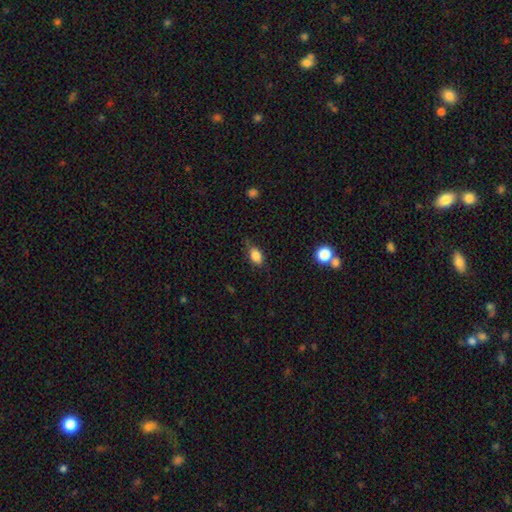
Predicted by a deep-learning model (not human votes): A smooth galaxy with no disk features (84%) that is in between round and cigar-shaped (85%). Merging: none (71%).